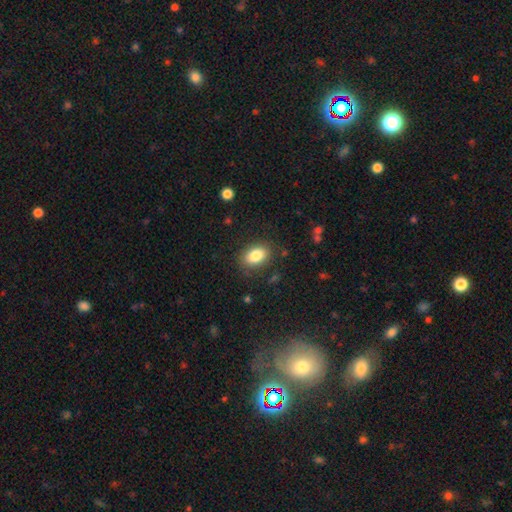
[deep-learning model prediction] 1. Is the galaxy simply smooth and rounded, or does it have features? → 84% smooth, 8% star or artifact, 8% featured or disk.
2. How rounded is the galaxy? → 85% in between, 14% round, 1% cigar-shaped.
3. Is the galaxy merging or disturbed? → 83% none, 12% minor disturbance, 4% major disturbance, 1% merger.